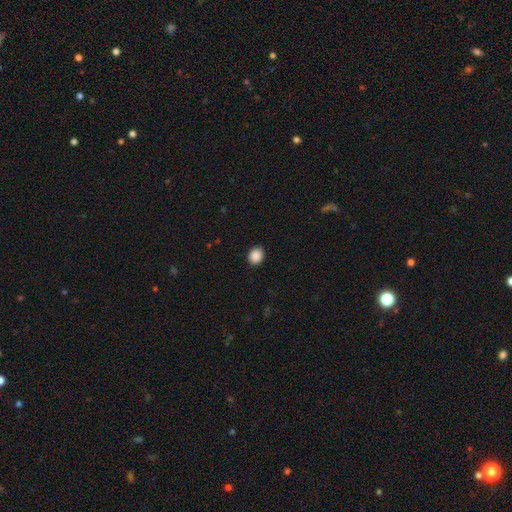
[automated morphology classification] Smooth or featured? smooth (89%)
How rounded? round (61%)
Merging? none (91%)